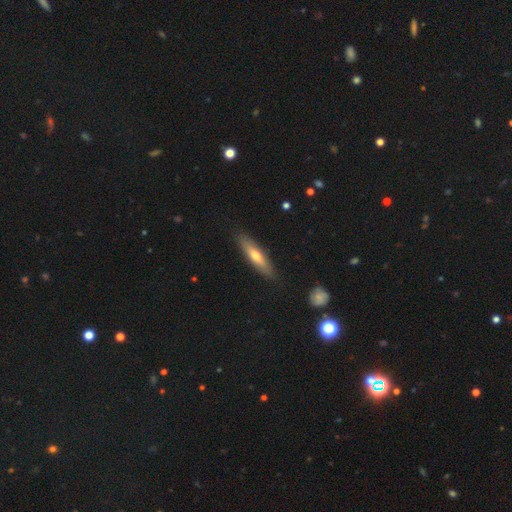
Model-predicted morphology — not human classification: Q: Smooth or featured?
A: smooth (54%); runner-up: featured or disk (41%)
Q: How rounded?
A: cigar-shaped (74%); runner-up: in between (24%)
Q: Merging?
A: none (86%); runner-up: minor disturbance (11%)